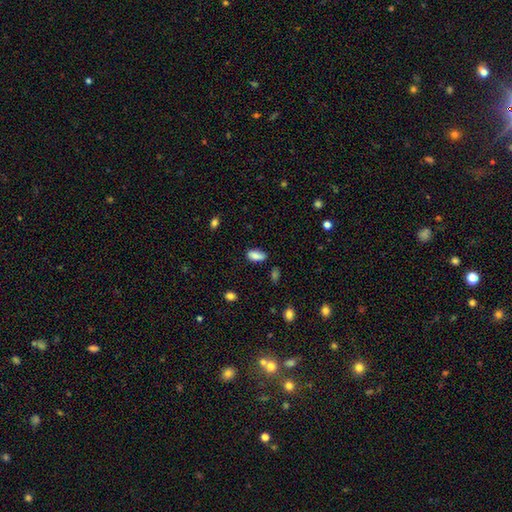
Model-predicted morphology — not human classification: smooth-or-featured: smooth: 86% | star or artifact: 8% | featured or disk: 6%
  how-rounded: in between: 86% | cigar-shaped: 11% | round: 3%
  merging: none: 72% | minor disturbance: 21% | major disturbance: 4% | merger: 3%